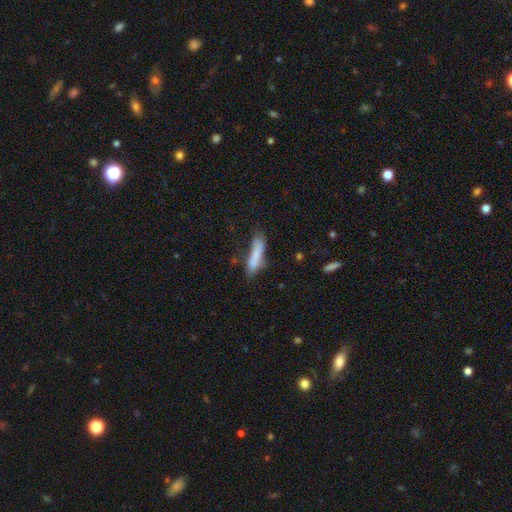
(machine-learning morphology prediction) Q: Smooth or featured?
A: smooth (76%); runner-up: featured or disk (17%)
Q: How rounded?
A: cigar-shaped (74%); runner-up: in between (24%)
Q: Merging?
A: none (55%); runner-up: minor disturbance (27%)